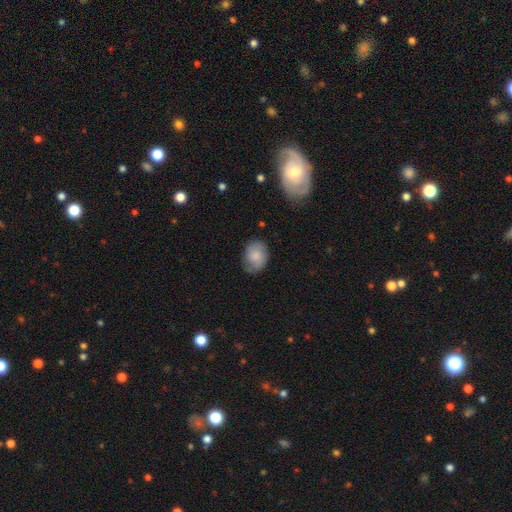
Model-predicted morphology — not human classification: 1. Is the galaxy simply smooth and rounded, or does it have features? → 76% smooth, 17% featured or disk, 7% star or artifact.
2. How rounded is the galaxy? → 64% in between, 35% round, 1% cigar-shaped.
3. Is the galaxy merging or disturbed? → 69% none, 23% minor disturbance, 6% major disturbance, 2% merger.